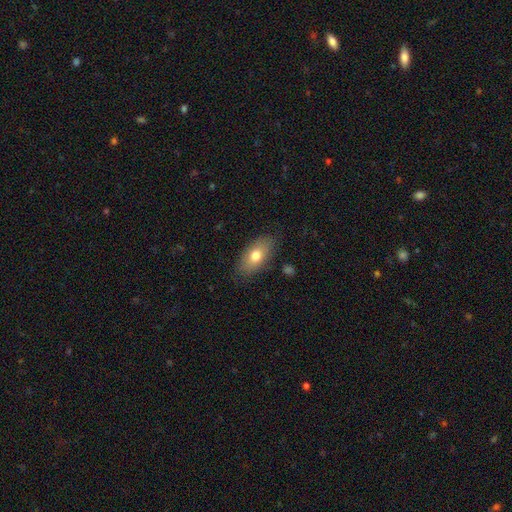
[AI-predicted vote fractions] A smooth galaxy with no disk features (72%) that is in between round and cigar-shaped (89%). Merging: none (82%).